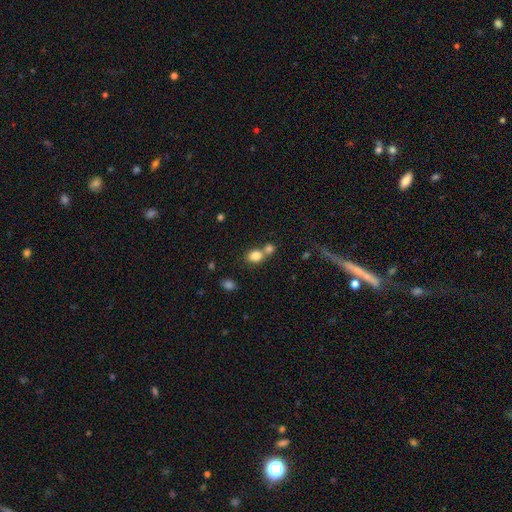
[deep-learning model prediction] A smooth galaxy with no disk features (81%) that is in between round and cigar-shaped (57%).

Vote fractions:
- Smooth or featured? smooth: 81% / star or artifact: 10% / featured or disk: 9%
- How rounded? in between: 57% / round: 42% / cigar-shaped: 1%
- Merging? merger: 49% / none: 39% / minor disturbance: 8% / major disturbance: 4%